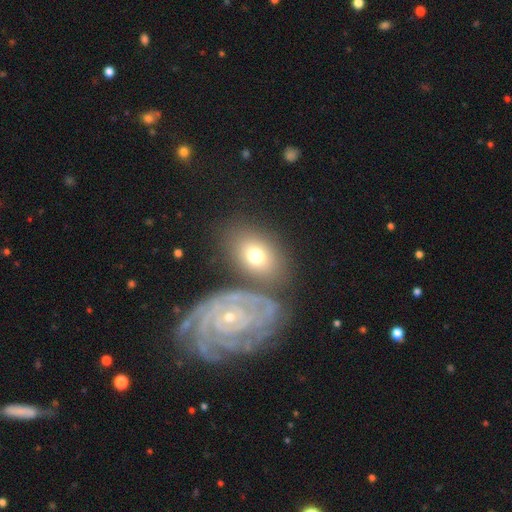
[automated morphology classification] Q: Smooth or featured?
A: smooth (61%); runner-up: featured or disk (31%)
Q: How rounded?
A: in between (71%); runner-up: round (27%)
Q: Merging?
A: none (60%); runner-up: merger (18%)